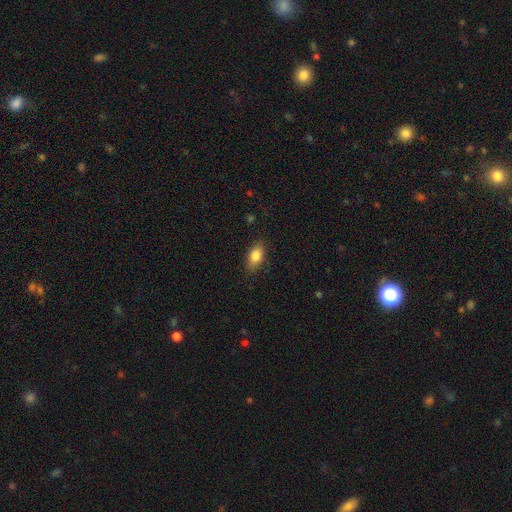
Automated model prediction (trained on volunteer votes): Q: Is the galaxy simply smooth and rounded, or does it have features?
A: smooth — 83%.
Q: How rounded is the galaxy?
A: in between — 86%.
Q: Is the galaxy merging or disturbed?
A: none — 83%.